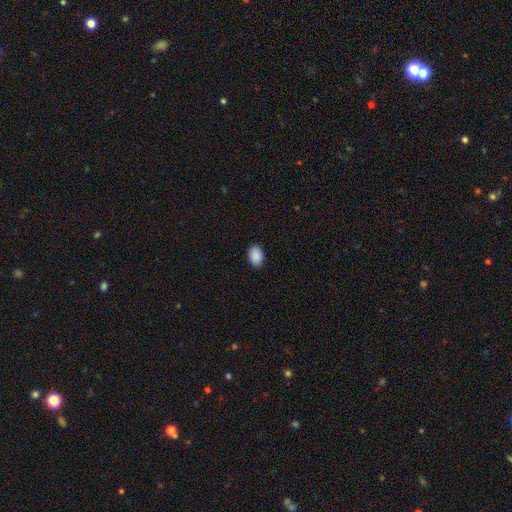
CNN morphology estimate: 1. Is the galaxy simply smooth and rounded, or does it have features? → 91% smooth, 7% star or artifact, 2% featured or disk.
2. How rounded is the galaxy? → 88% in between, 11% round, 1% cigar-shaped.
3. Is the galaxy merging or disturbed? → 90% none, 7% minor disturbance, 2% major disturbance, 1% merger.